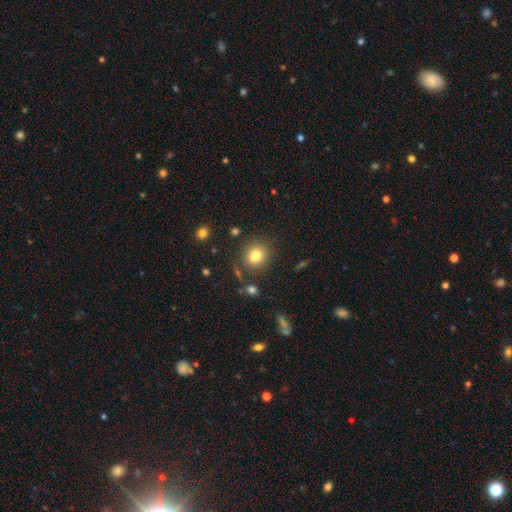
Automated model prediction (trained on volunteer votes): This is clearly a smooth galaxy (80%). How rounded: likely round (79%). Merging: likely none (78%).